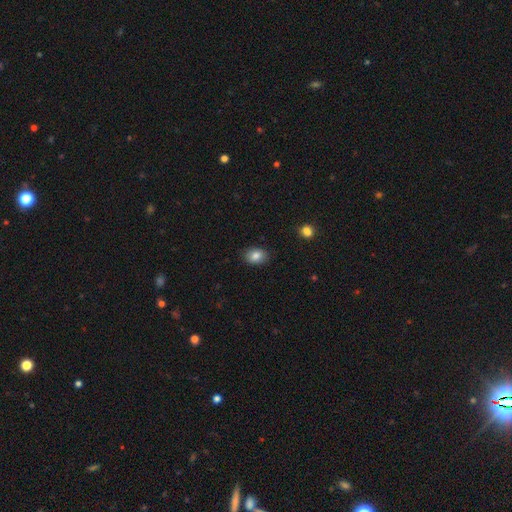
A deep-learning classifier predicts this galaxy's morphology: Overall: smooth (85%). How rounded: in between (69%; round 30%). Merging: none (86%).